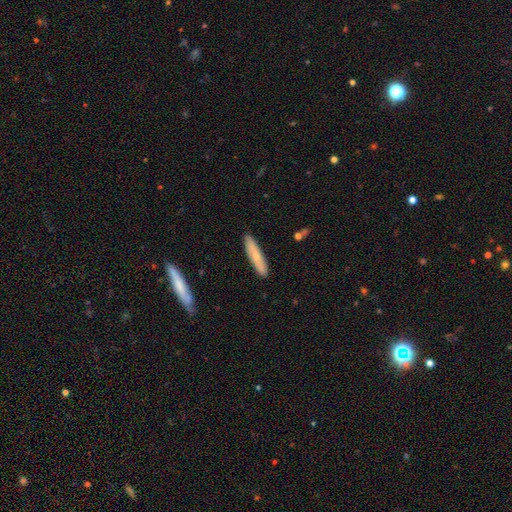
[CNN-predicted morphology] The model was most divided on "smooth or featured": smooth: 63%, featured or disk: 31%, star or artifact: 6%. More confident: merging — none (88%); how rounded — cigar-shaped (80%).